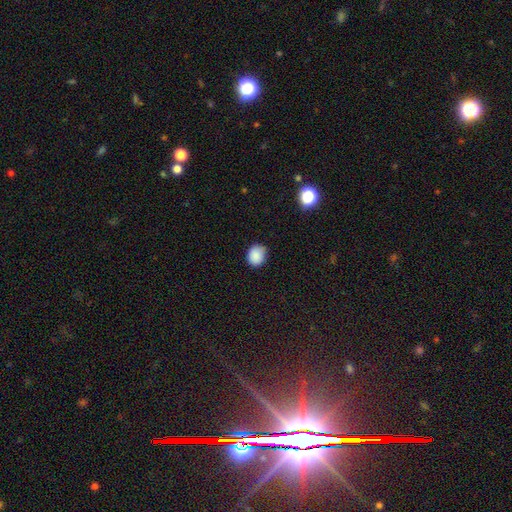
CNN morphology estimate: Overall: smooth (88%). How rounded: round (60%; in between 39%). Merging: none (75%).